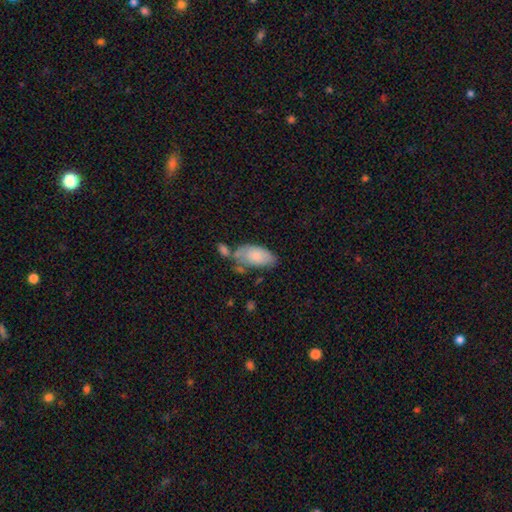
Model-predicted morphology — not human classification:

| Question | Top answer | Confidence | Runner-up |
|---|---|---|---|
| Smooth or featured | smooth | 79% | featured or disk (15%) |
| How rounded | in between | 94% | cigar-shaped (4%) |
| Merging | none | 47% | minor disturbance (25%) |